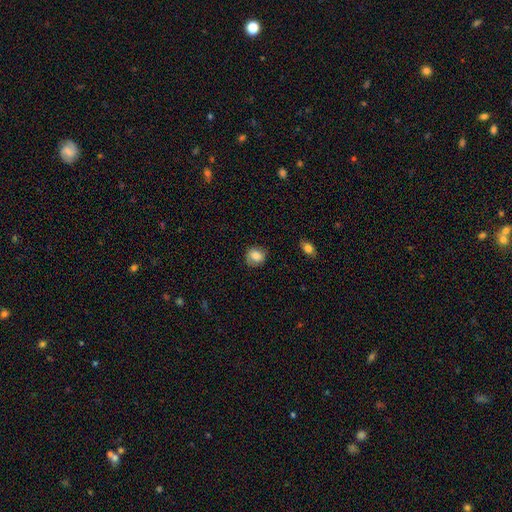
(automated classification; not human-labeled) Q: Smooth or featured?
A: smooth (81%); runner-up: featured or disk (10%)
Q: How rounded?
A: round (72%); runner-up: in between (27%)
Q: Merging?
A: none (78%); runner-up: minor disturbance (17%)